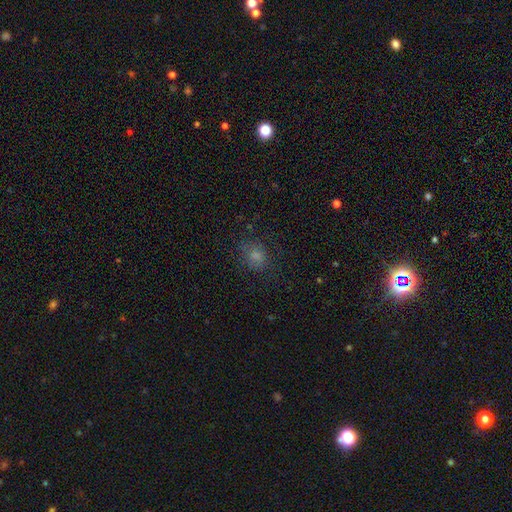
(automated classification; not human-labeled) smooth 69%, star or artifact 19%, featured or disk 11%. Down the decision tree: how rounded — round (65%); merging — none (75%).